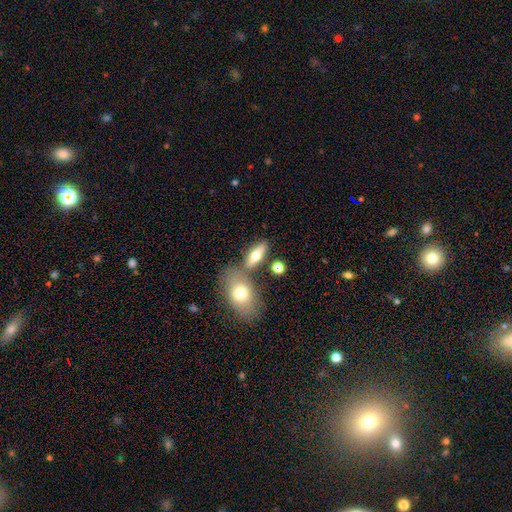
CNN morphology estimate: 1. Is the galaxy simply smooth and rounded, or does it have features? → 58% smooth, 34% featured or disk, 8% star or artifact.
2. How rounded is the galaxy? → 63% in between, 30% cigar-shaped, 7% round.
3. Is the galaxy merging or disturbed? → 64% none, 20% merger, 11% minor disturbance, 5% major disturbance.